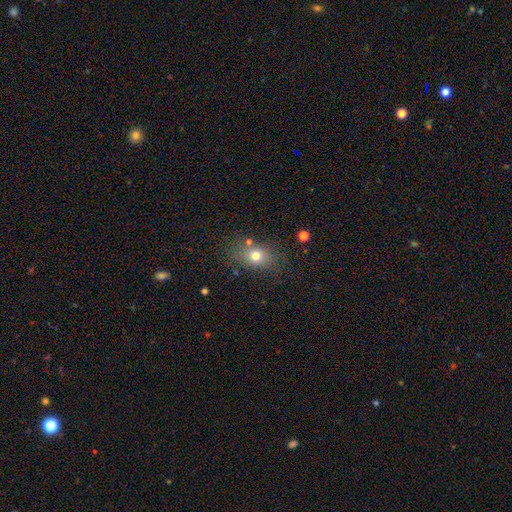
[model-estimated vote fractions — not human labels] This appears to be a smooth galaxy with no disk features (73%) that is in between round and cigar-shaped (60%). Merging: none (74%).